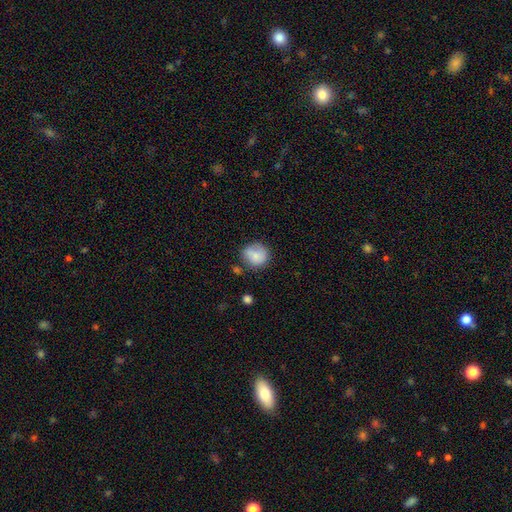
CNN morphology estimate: smooth 77%, featured or disk 15%, star or artifact 8%. Down the decision tree: how rounded — round (81%); merging — none (64%).